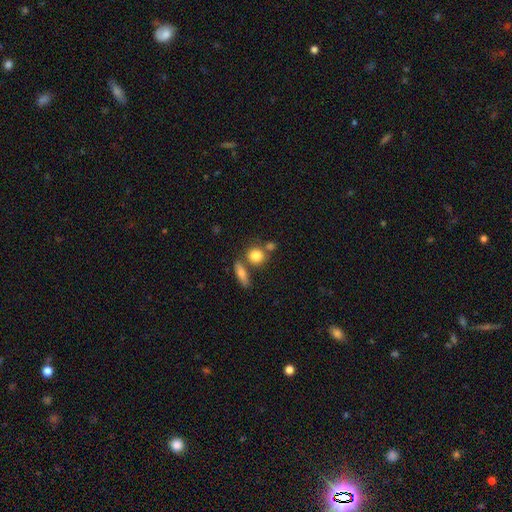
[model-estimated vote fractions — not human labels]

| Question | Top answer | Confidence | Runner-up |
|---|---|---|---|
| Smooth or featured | smooth | 82% | featured or disk (9%) |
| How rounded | round | 75% | in between (21%) |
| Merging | none | 61% | merger (24%) |